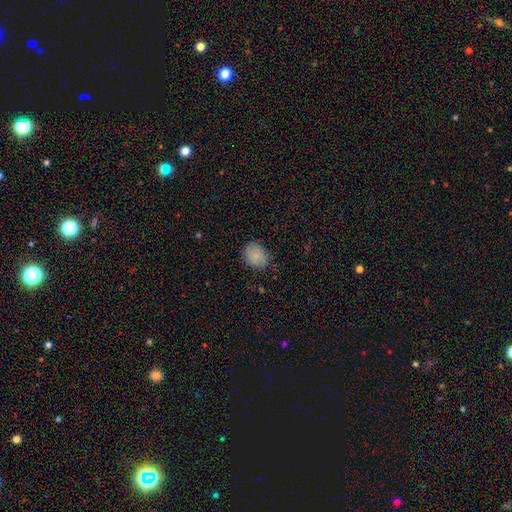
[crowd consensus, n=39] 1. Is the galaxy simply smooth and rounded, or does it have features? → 87% smooth, 8% star or artifact, 5% featured or disk.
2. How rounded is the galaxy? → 85% in between, 15% round, 0% cigar-shaped.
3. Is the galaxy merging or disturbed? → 78% none, 22% minor disturbance, 0% major disturbance, 0% merger.